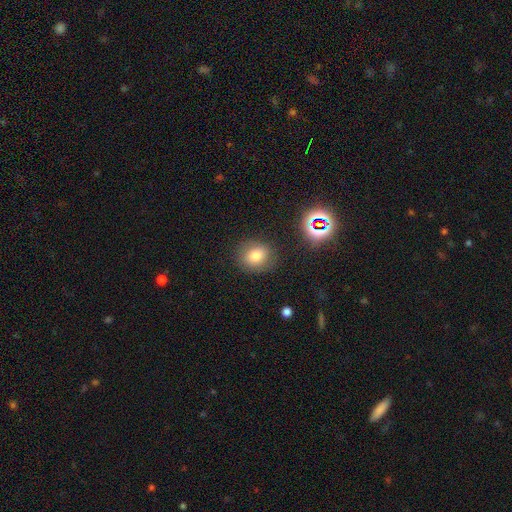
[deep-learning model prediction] Morphology: type=smooth (75%); roundness=round (66%); merging=none (81%).